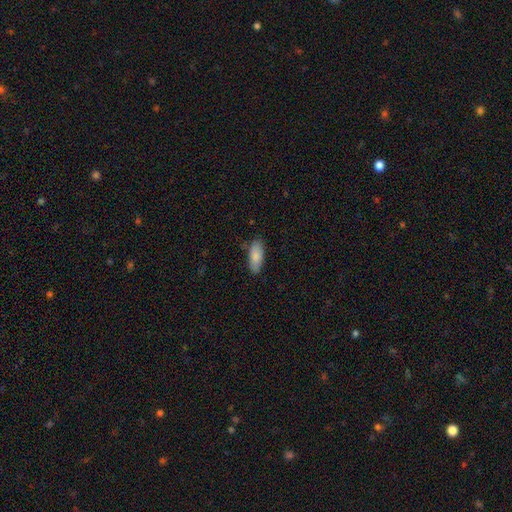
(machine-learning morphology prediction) Smooth or featured? smooth (85%)
How rounded? in between (79%)
Merging? none (81%)